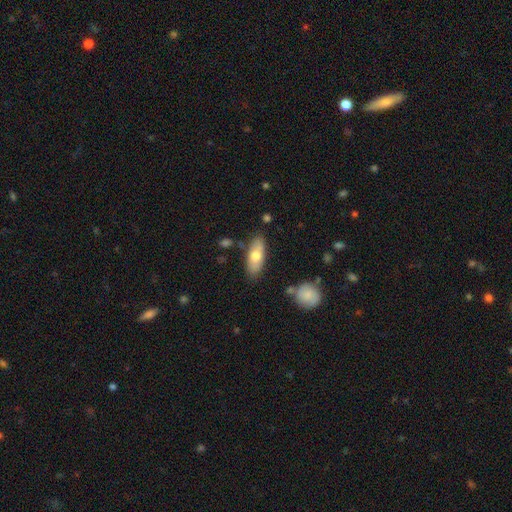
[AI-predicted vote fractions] Smooth or featured? Predicted: smooth (p=0.67). How rounded? Predicted: in between (p=0.77). Merging? Predicted: none (p=0.79).